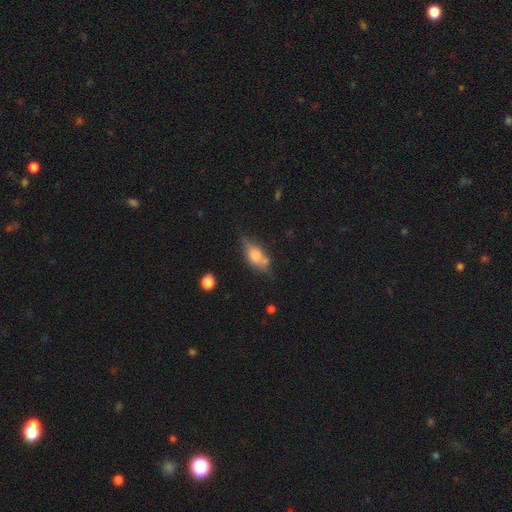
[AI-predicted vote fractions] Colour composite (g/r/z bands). It shows a smooth galaxy with no disk features (48%). Merging: none (57%).